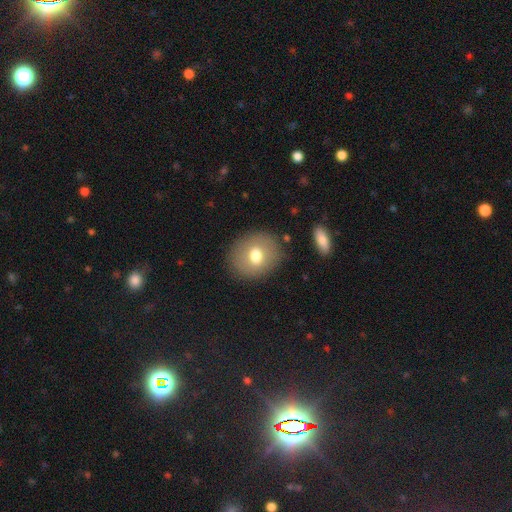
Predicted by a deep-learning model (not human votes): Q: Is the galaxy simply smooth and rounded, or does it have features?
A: smooth — 69%.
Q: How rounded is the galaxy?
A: round — 66%.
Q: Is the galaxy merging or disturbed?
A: none — 84%.